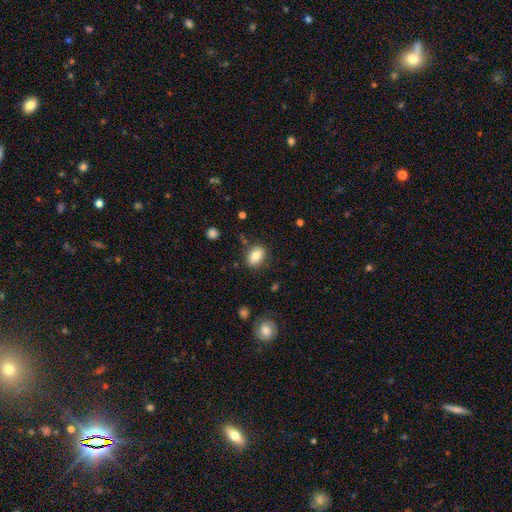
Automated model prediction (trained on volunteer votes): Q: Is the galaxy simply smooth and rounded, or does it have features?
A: smooth — 81%.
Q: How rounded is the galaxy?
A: in between — 72%.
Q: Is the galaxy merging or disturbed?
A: none — 81%.